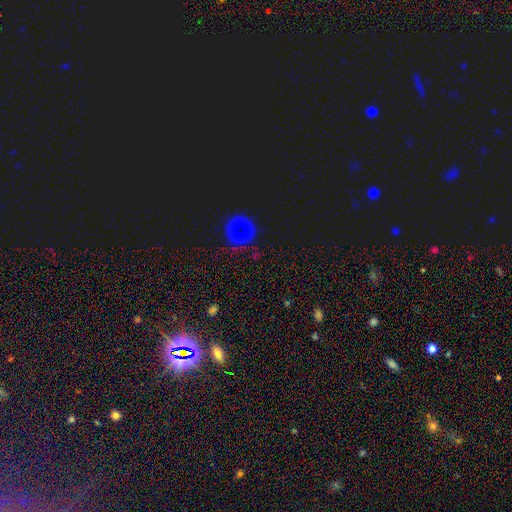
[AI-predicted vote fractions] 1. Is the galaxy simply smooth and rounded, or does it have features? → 47% star or artifact, 46% smooth, 7% featured or disk.